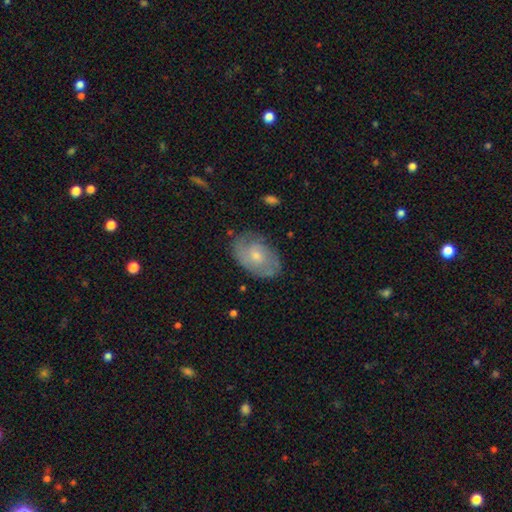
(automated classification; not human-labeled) smooth-or-featured: featured or disk: 54% | smooth: 39% | star or artifact: 7%
  disk-edge-on: no: 95% | yes: 5%
    bar: no: 74% | weak: 23% | strong: 3%
    has-spiral-arms: yes: 75% | no: 25%
    bulge-size: small: 55% | moderate: 39% | none: 3% | large: 2% | dominant: 1%
  merging: none: 73% | minor disturbance: 20% | major disturbance: 6% | merger: 1%